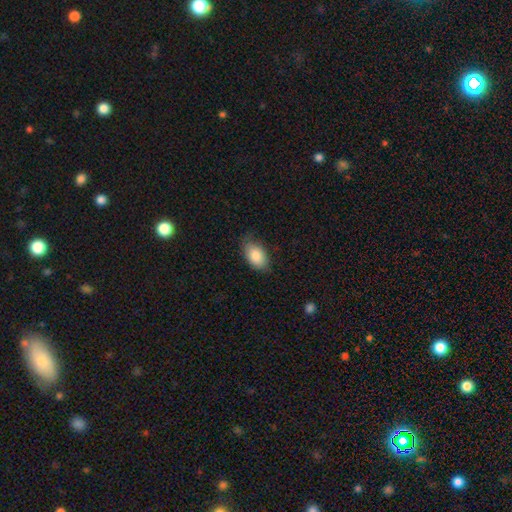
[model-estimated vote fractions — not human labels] Smooth or featured?
  - smooth: 85% *
  - featured or disk: 8%
  - star or artifact: 7%
How rounded?
  - in between: 92% *
  - round: 6%
  - cigar-shaped: 2%
Merging?
  - none: 72% *
  - minor disturbance: 22%
  - major disturbance: 4%
  - merger: 1%